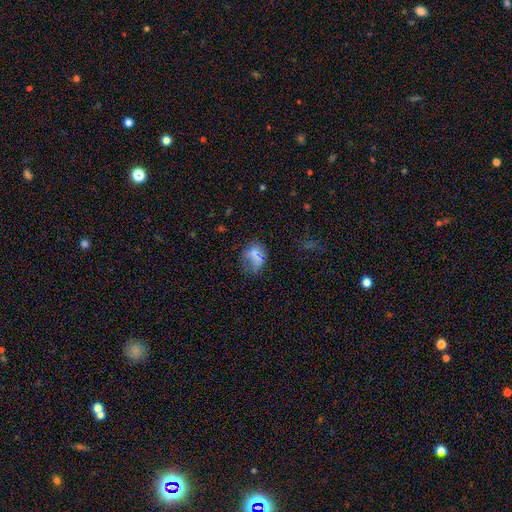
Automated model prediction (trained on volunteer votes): This appears to be a smooth galaxy with no disk features (62%) that is in between round and cigar-shaped (72%). Merging: major disturbance (34%).